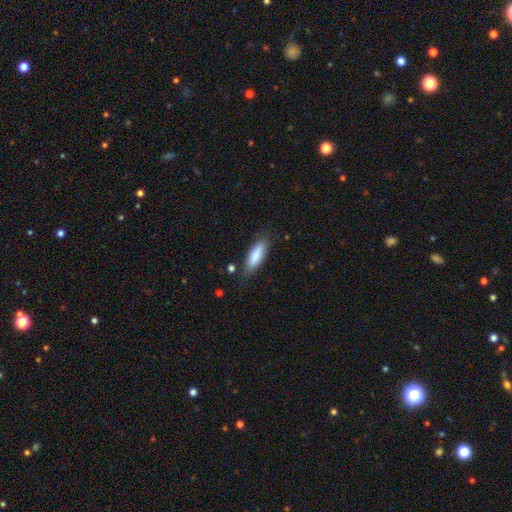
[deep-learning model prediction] Smooth or featured? smooth (83%)
How rounded? in between (55%)
Merging? none (79%)